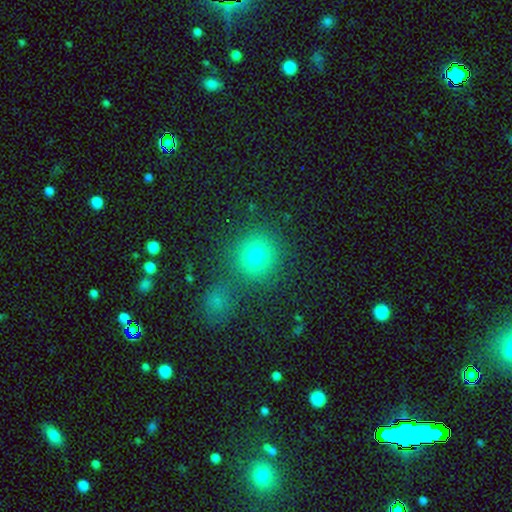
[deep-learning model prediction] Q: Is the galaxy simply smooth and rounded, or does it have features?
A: smooth — 75%.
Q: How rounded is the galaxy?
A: round — 87%.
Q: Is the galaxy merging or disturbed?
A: none — 70%.